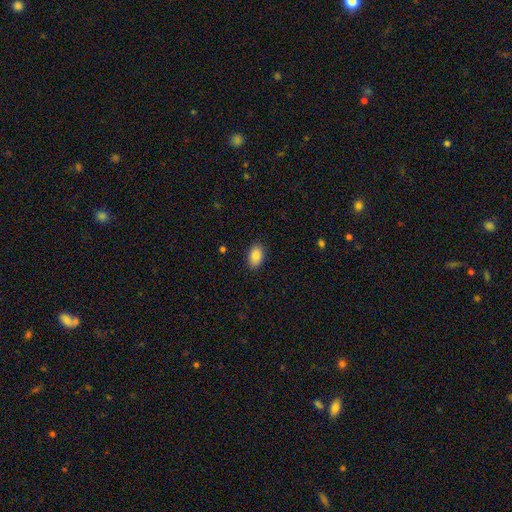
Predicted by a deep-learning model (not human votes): This appears to be a smooth galaxy with no disk features (87%) that is in between round and cigar-shaped (91%). Merging: none (88%).